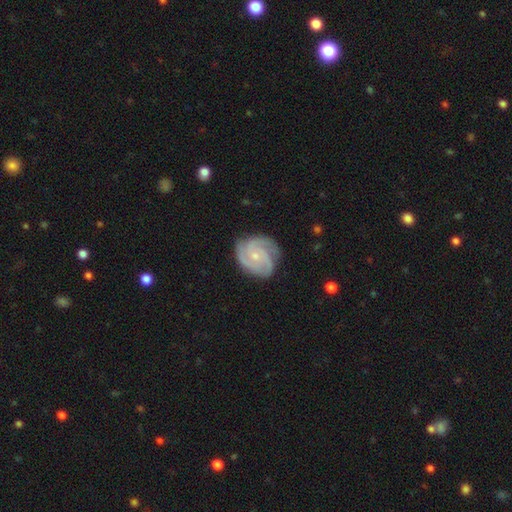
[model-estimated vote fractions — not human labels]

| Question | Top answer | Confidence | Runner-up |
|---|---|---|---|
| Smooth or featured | featured or disk | 88% | smooth (7%) |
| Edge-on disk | no | 98% | yes (2%) |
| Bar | no | 74% | weak (22%) |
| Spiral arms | yes | 98% | no (2%) |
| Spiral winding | tight | 60% | medium (35%) |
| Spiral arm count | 3 | 67% | 4 (11%) |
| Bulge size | small | 73% | moderate (23%) |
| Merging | none | 76% | minor disturbance (18%) |